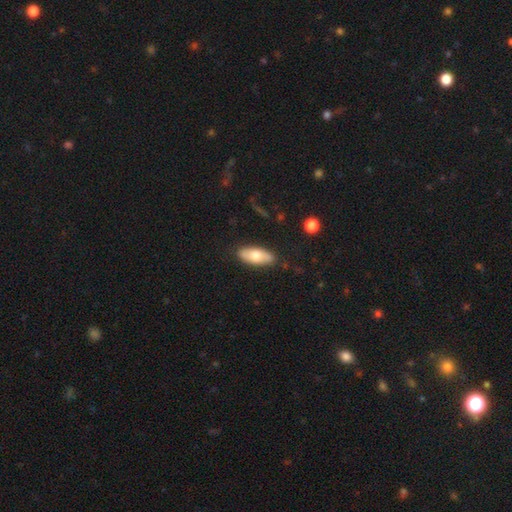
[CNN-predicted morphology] Smooth or featured? smooth (68%)
How rounded? in between (83%)
Merging? none (85%)